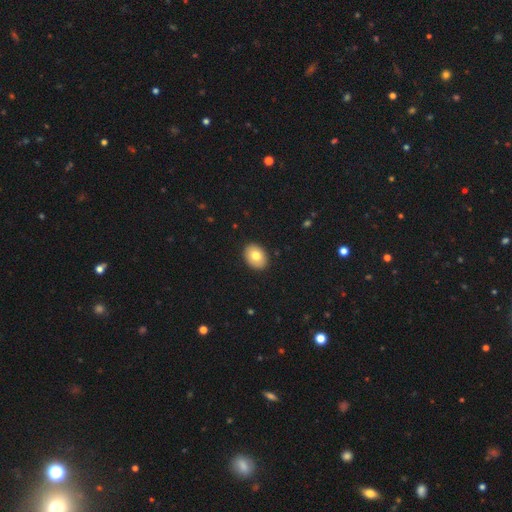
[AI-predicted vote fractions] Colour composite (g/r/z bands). It shows a smooth galaxy with no disk features (78%) that is in between round and cigar-shaped (70%). Merging: none (91%).